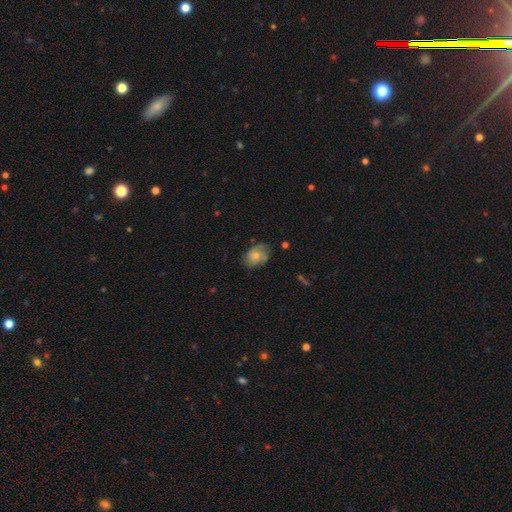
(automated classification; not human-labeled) Smooth or featured? smooth (57%)
How rounded? in between (77%)
Merging? none (62%)